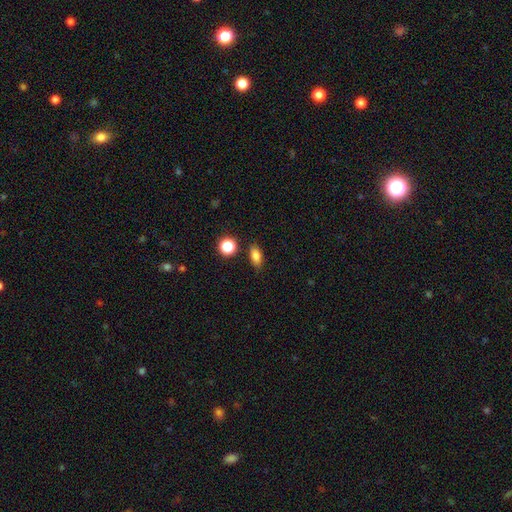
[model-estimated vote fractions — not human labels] smooth-or-featured: smooth: 81% | star or artifact: 11% | featured or disk: 7%
  how-rounded: in between: 80% | round: 12% | cigar-shaped: 9%
  merging: none: 82% | minor disturbance: 12% | merger: 3% | major disturbance: 3%